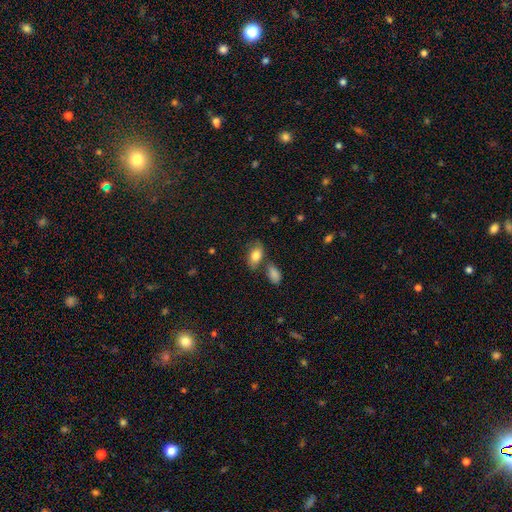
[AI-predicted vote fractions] smooth 78%, featured or disk 15%, star or artifact 7%. Down the decision tree: how rounded — in between (90%); merging — none (58%).